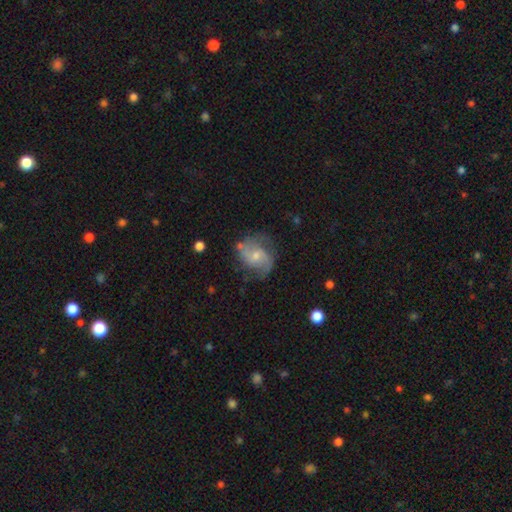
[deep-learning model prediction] Morphology: type=featured or disk (70%); edge-on=no (97%); bar=no (49%); spiral arms=yes (90%); winding=medium (44%); arm count=2 (84%); bulge=small (50%); merging=none (63%).